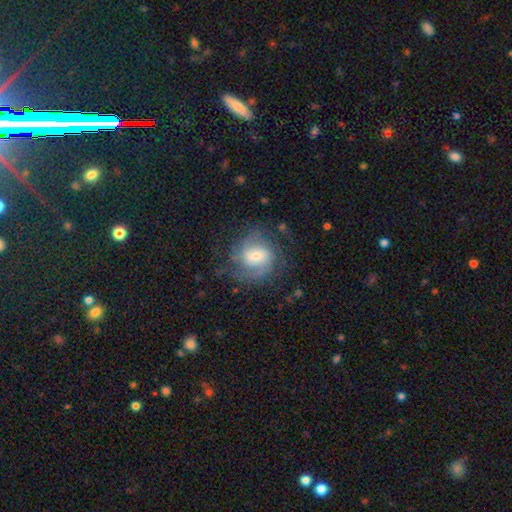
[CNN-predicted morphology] type=featured or disk (74%); edge-on=no (98%); bar=no (48%); spiral arms=yes (91%); winding=medium (44%); arm count=2 (49%); bulge=small (50%); merging=none (66%).